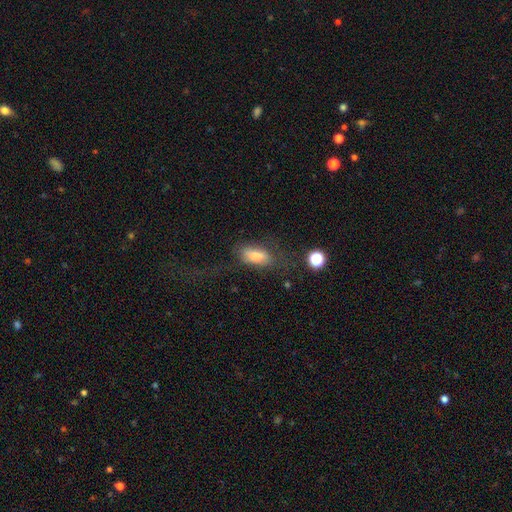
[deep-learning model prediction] A smooth galaxy with no disk features (70%) that is in between round and cigar-shaped (84%). Merging: none (46%).